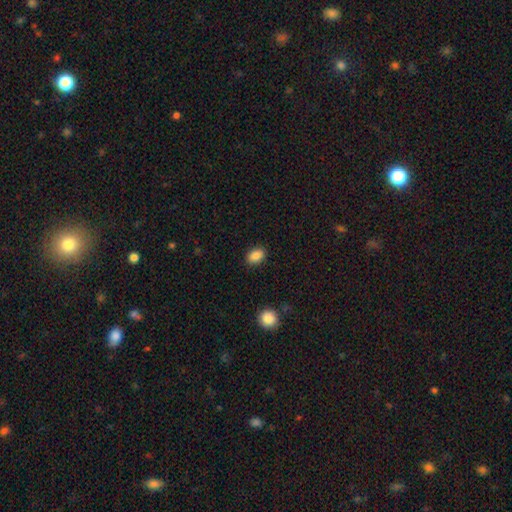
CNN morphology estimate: Q: Smooth or featured?
A: smooth (87%); runner-up: star or artifact (9%)
Q: How rounded?
A: in between (81%); runner-up: round (17%)
Q: Merging?
A: none (88%); runner-up: minor disturbance (9%)